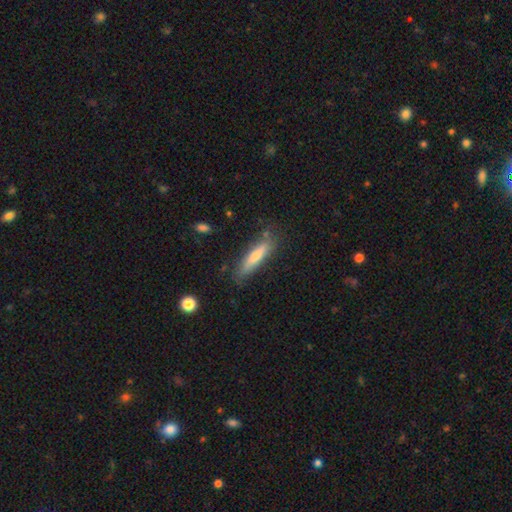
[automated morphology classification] Q: Smooth or featured?
A: smooth (61%); runner-up: featured or disk (31%)
Q: How rounded?
A: cigar-shaped (84%); runner-up: in between (15%)
Q: Merging?
A: none (80%); runner-up: minor disturbance (15%)